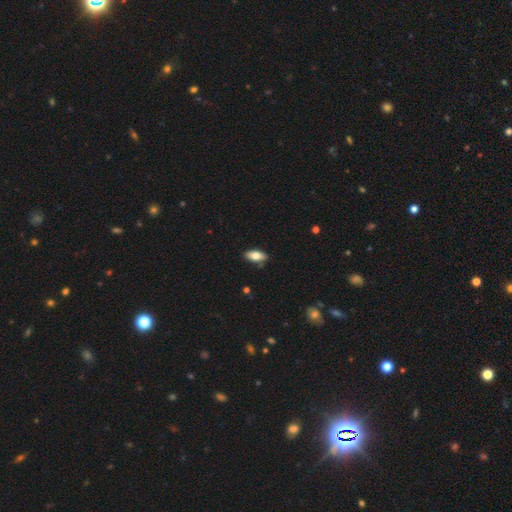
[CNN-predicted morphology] smooth 77%, featured or disk 16%, star or artifact 7%. Down the decision tree: how rounded — in between (88%); merging — none (83%).